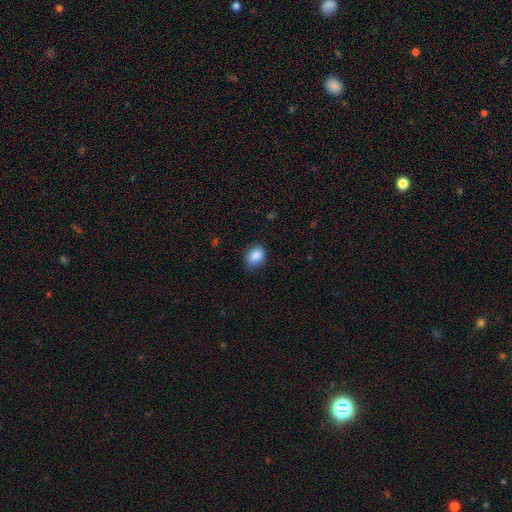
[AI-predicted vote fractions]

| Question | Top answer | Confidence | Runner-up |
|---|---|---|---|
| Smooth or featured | smooth | 88% | star or artifact (8%) |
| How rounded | in between | 66% | round (33%) |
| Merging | none | 80% | minor disturbance (16%) |